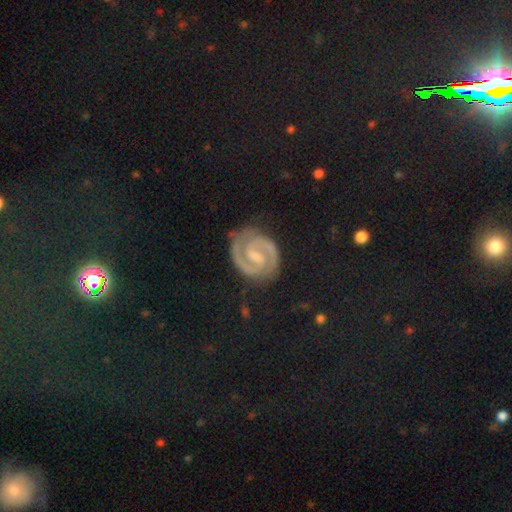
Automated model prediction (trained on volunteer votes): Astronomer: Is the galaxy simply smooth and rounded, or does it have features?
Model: featured or disk — 91%.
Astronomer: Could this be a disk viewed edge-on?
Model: no — 98%.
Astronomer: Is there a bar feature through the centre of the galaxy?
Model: weak — 52% (runner-up: strong, 28%).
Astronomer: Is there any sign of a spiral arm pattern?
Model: yes — 98%.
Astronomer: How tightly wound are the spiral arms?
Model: tight — 55% (runner-up: medium, 40%).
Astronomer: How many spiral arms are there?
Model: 2 — 93%.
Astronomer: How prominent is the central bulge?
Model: small — 44% (runner-up: moderate, 34%).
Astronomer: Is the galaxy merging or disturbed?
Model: none — 82%.